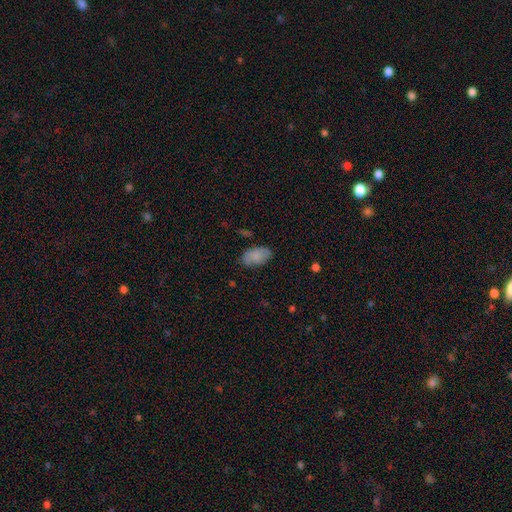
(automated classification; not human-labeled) Morphology: type=smooth (80%); roundness=in between (93%); merging=none (75%).